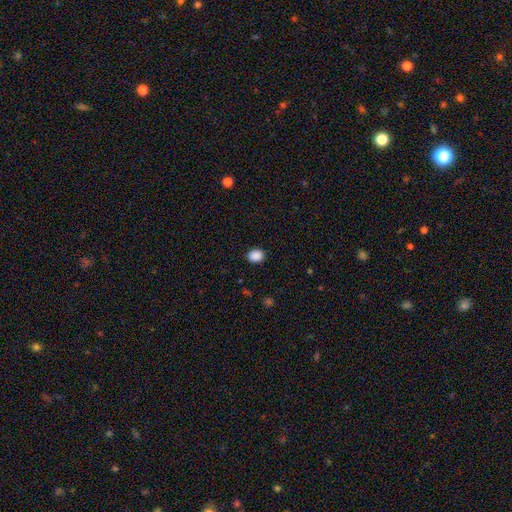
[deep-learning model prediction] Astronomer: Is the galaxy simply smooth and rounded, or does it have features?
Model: smooth — 89%.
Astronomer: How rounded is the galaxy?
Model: in between — 54% (runner-up: round, 46%).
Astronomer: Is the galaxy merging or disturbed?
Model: none — 89%.